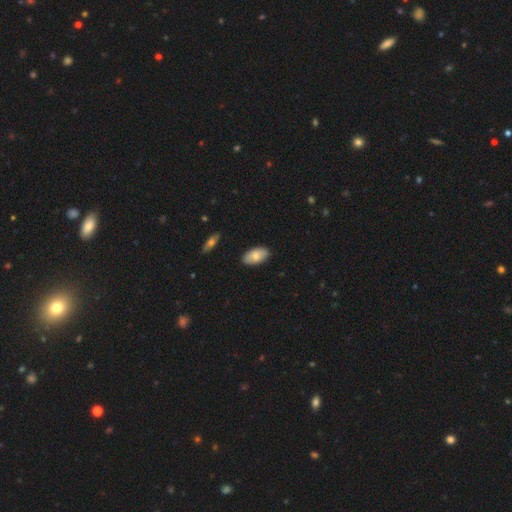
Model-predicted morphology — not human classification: Smooth or featured?
  - smooth: 73% *
  - featured or disk: 20%
  - star or artifact: 6%
How rounded?
  - in between: 95% *
  - round: 3%
  - cigar-shaped: 2%
Merging?
  - none: 87% *
  - minor disturbance: 10%
  - major disturbance: 2%
  - merger: 1%